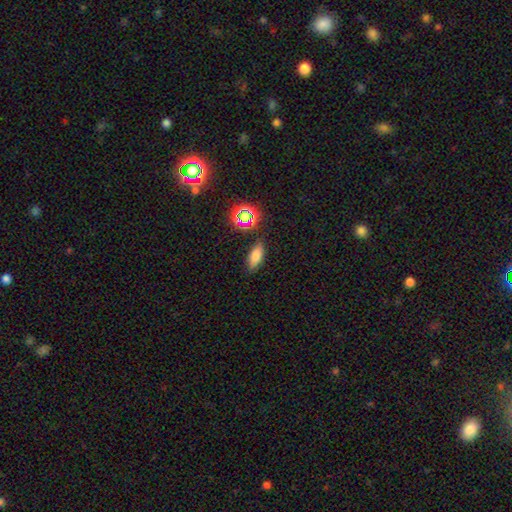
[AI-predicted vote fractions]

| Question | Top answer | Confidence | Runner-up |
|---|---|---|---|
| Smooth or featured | smooth | 74% | star or artifact (15%) |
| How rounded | in between | 75% | cigar-shaped (19%) |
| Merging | none | 84% | minor disturbance (11%) |